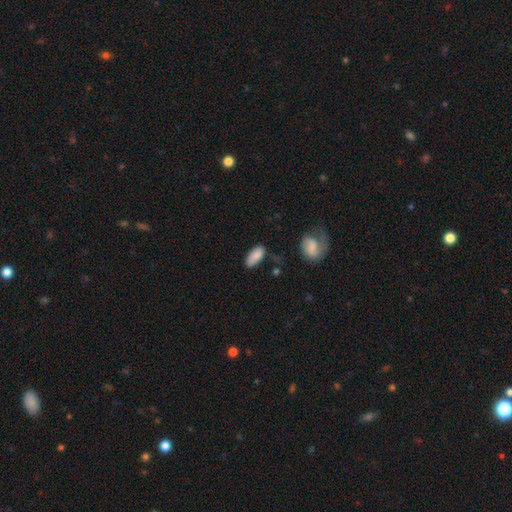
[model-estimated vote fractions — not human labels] Morphology: type=smooth (85%); roundness=in between (90%); merging=none (70%).